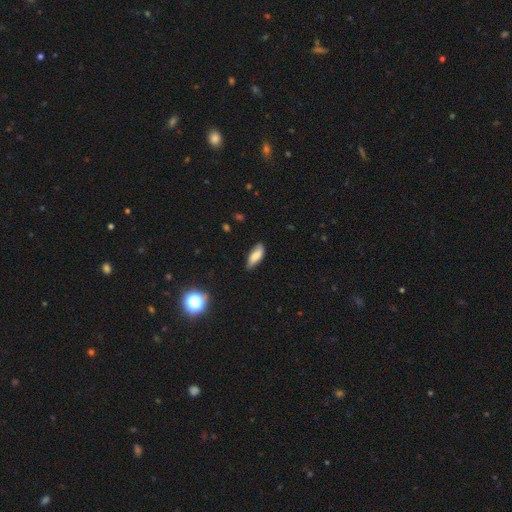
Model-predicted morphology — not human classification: Smooth or featured?
  - smooth: 76% *
  - featured or disk: 15%
  - star or artifact: 8%
How rounded?
  - in between: 72% *
  - cigar-shaped: 26%
  - round: 3%
Merging?
  - none: 70% *
  - minor disturbance: 24%
  - major disturbance: 4%
  - merger: 2%